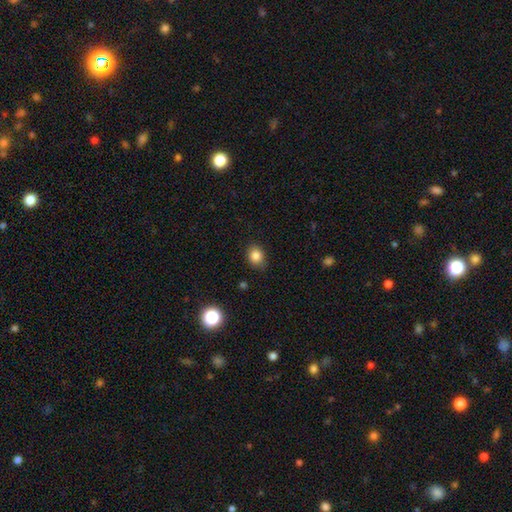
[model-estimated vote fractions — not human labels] smooth_or_featured: smooth (p=0.84) [alt: star or artifact p=0.11]
how_rounded: round (p=0.53) [alt: in between p=0.46]
merging: none (p=0.82) [alt: minor disturbance p=0.14]